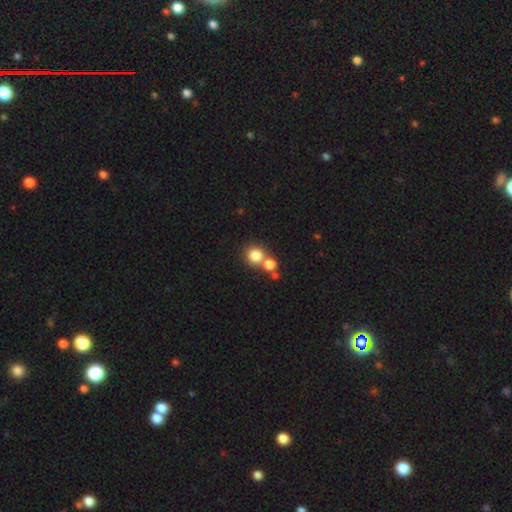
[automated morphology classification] type=smooth (80%); roundness=round (87%); merging=none (52%).